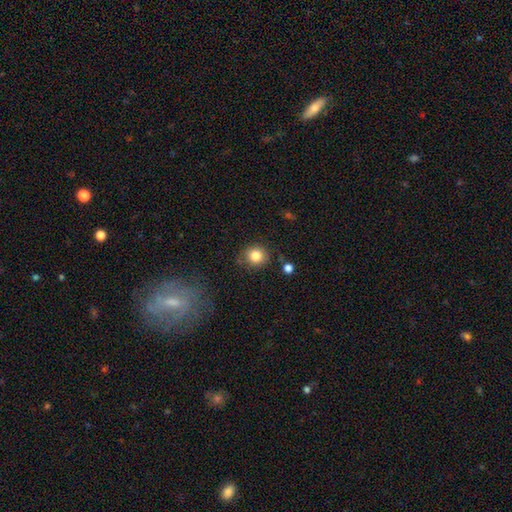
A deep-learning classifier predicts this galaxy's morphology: Smooth or featured? Predicted: smooth (p=0.83). How rounded? Predicted: round (p=0.87). Merging? Predicted: none (p=0.80).